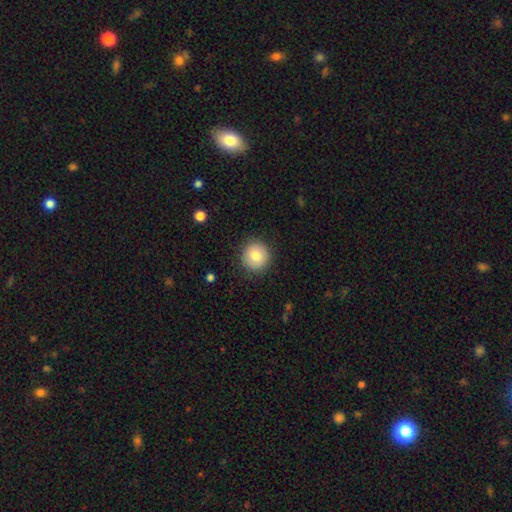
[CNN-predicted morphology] Overall: smooth (82%). How rounded: round (93%). Merging: none (89%).